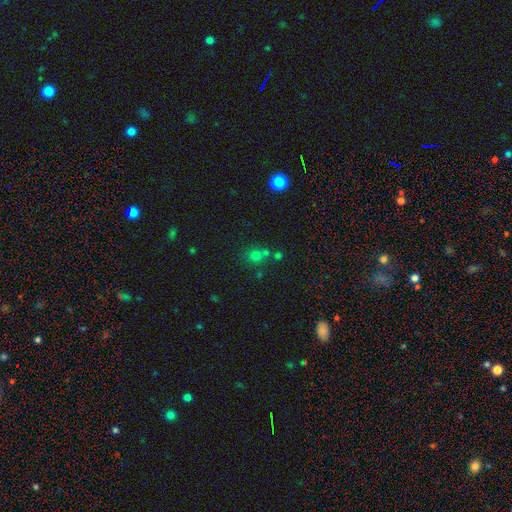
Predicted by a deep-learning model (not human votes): Overall: smooth (68%). How rounded: round (85%). Merging: none (58%; merger 29%).